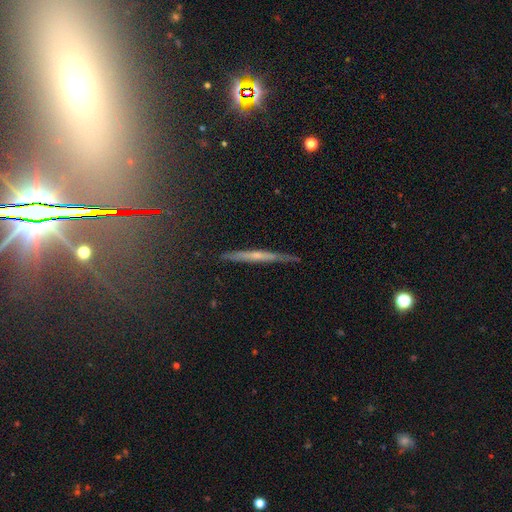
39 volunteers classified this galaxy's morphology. smooth-or-featured: featured or disk: 49% | smooth: 44% | star or artifact: 8%
  disk-edge-on: yes: 84% | no: 16%
    edge-on-bulge: none: 56% | rounded: 44% | boxy: 0%
  merging: none: 72% | minor disturbance: 17% | major disturbance: 8% | merger: 3%